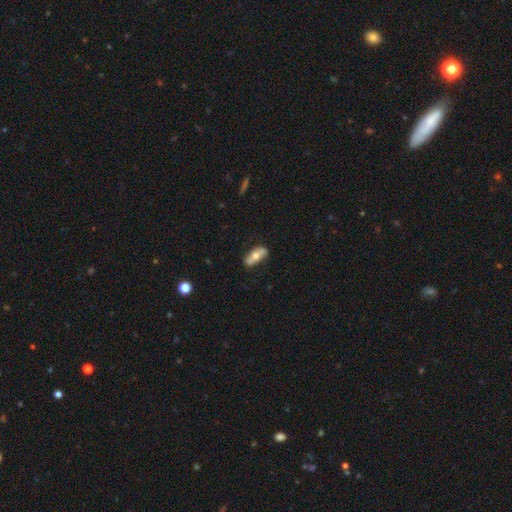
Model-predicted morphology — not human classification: This is possibly a smooth galaxy (52%). How rounded: likely in between (76%). Merging: likely none (76%).